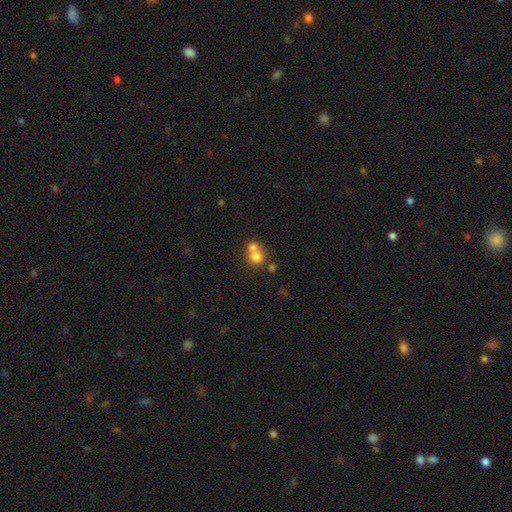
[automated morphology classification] A smooth galaxy with no disk features (72%) that is round (84%).

Vote fractions:
- Smooth or featured? smooth: 72% / featured or disk: 16% / star or artifact: 12%
- How rounded? round: 84% / in between: 15% / cigar-shaped: 1%
- Merging? merger: 57% / none: 35% / minor disturbance: 5% / major disturbance: 3%